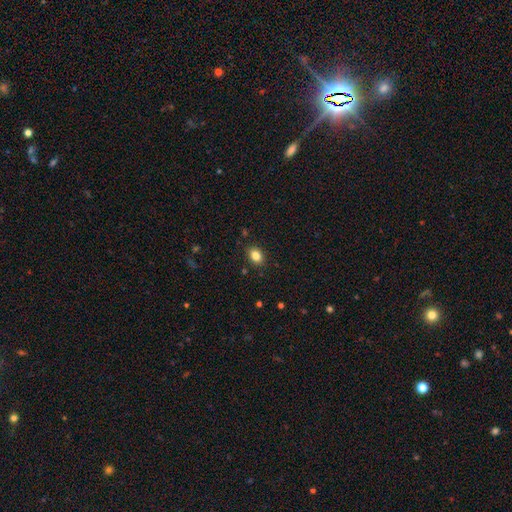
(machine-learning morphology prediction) Smooth or featured?
  - smooth: 84% *
  - star or artifact: 10%
  - featured or disk: 6%
How rounded?
  - in between: 73% *
  - round: 26%
  - cigar-shaped: 1%
Merging?
  - none: 87% *
  - minor disturbance: 9%
  - major disturbance: 2%
  - merger: 1%